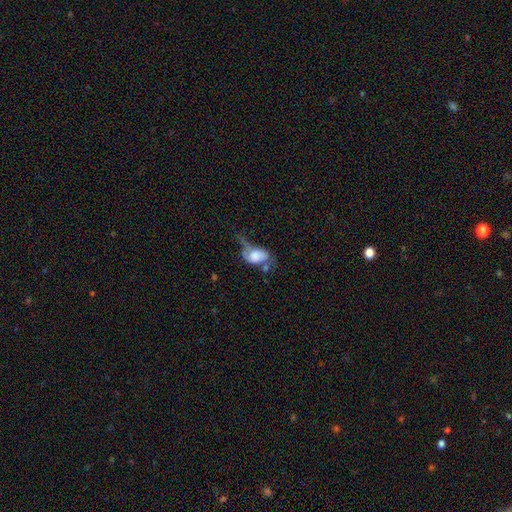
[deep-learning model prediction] smooth 58%, featured or disk 33%, star or artifact 9%. Down the decision tree: how rounded — in between (85%); merging — major disturbance (40%).